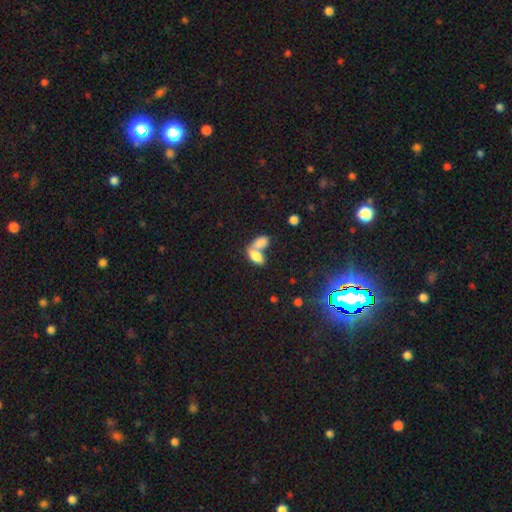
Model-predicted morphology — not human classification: Smooth or featured? smooth (80%)
How rounded? in between (91%)
Merging? merger (67%)